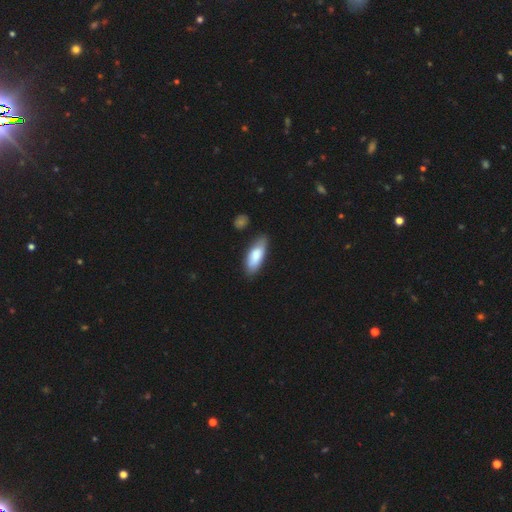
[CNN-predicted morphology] This is clearly a smooth galaxy (81%). How rounded: likely in between (70%). Merging: likely none (76%).